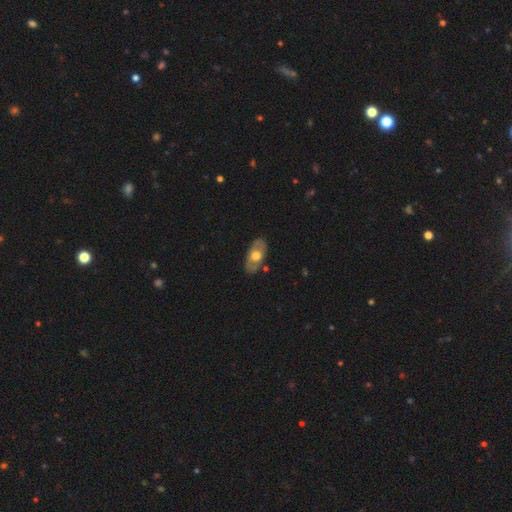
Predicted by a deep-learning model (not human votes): Smooth or featured? Predicted: featured or disk (p=0.49). Merging? Predicted: none (p=0.81).